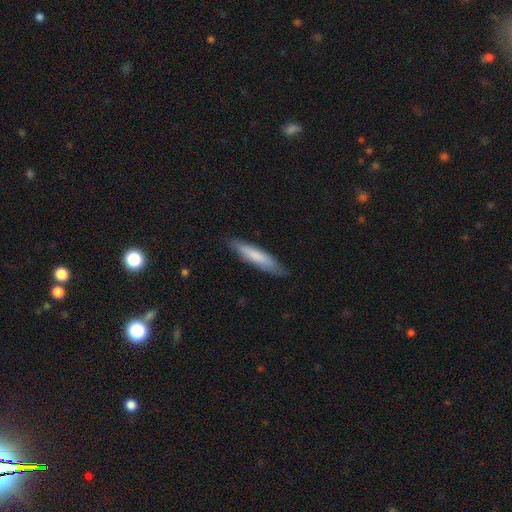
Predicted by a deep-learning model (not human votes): Q: Smooth or featured?
A: smooth (75%); runner-up: featured or disk (20%)
Q: How rounded?
A: cigar-shaped (86%); runner-up: in between (13%)
Q: Merging?
A: none (84%); runner-up: minor disturbance (13%)